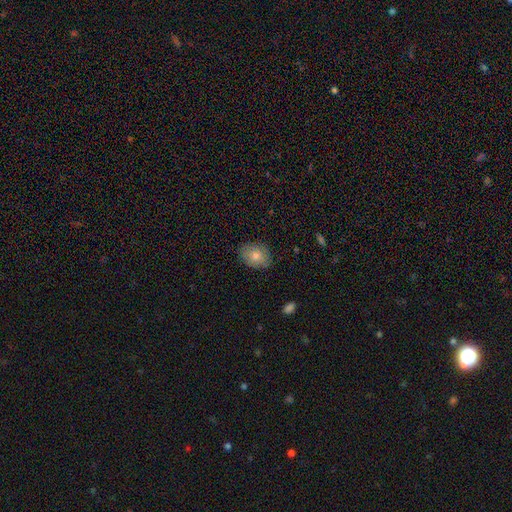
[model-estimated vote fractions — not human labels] Q: Smooth or featured?
A: smooth (73%); runner-up: featured or disk (18%)
Q: How rounded?
A: in between (55%); runner-up: round (44%)
Q: Merging?
A: none (84%); runner-up: minor disturbance (13%)